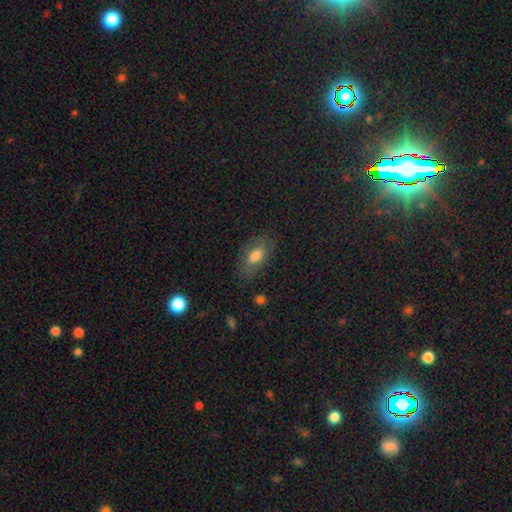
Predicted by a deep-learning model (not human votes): Morphology: type=smooth (73%); roundness=in between (87%); merging=none (77%).